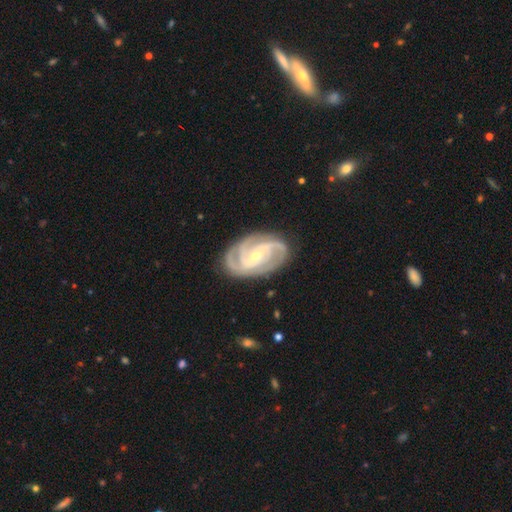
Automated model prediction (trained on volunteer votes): Smooth or featured? featured or disk (92%)
Edge-on disk? no (97%)
Bar? weak (40%)
Spiral arms? yes (98%)
Spiral winding? tight (50%)
Spiral arm count? 3 (39%)
Bulge size? small (59%)
Merging? none (80%)